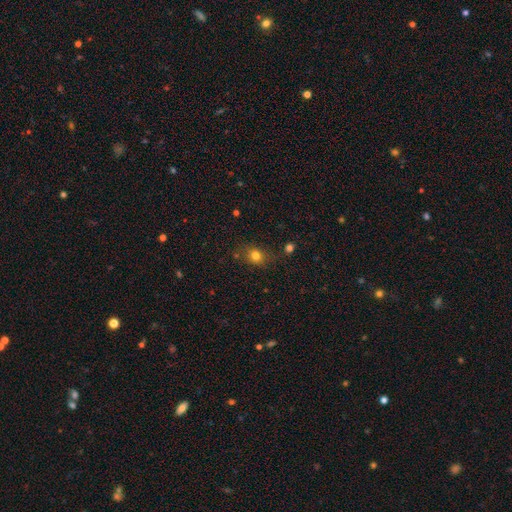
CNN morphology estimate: Smooth or featured?
  - smooth: 76% *
  - star or artifact: 15%
  - featured or disk: 8%
How rounded?
  - round: 63% *
  - in between: 36%
  - cigar-shaped: 1%
Merging?
  - none: 75% *
  - minor disturbance: 16%
  - major disturbance: 5%
  - merger: 4%